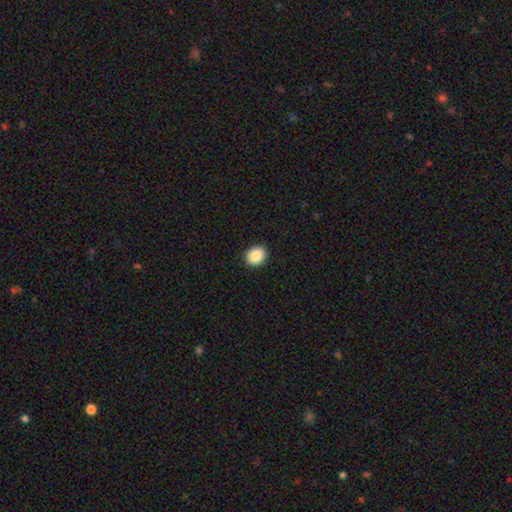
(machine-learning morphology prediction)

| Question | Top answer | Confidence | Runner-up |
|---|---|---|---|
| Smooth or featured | smooth | 89% | star or artifact (8%) |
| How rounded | round | 56% | in between (43%) |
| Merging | none | 91% | minor disturbance (6%) |